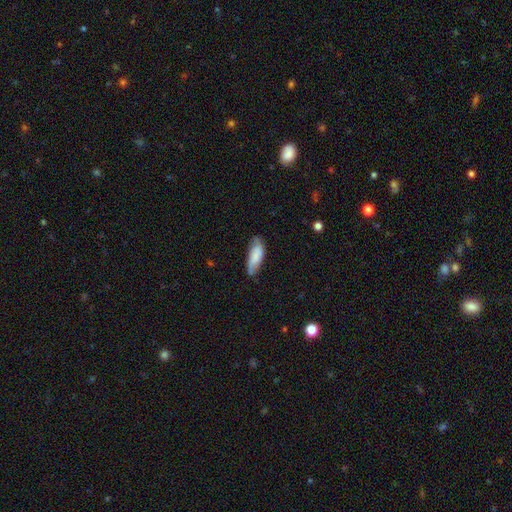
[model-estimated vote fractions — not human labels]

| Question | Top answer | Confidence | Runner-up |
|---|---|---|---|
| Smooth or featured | smooth | 72% | featured or disk (21%) |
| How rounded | in between | 67% | cigar-shaped (31%) |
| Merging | none | 63% | minor disturbance (29%) |